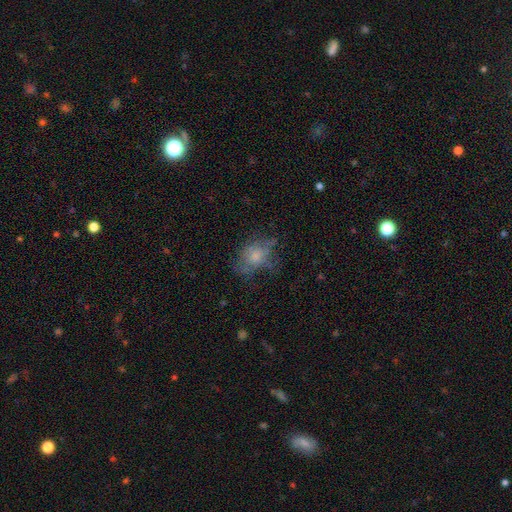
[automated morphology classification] smooth-or-featured: smooth: 58% | featured or disk: 30% | star or artifact: 12%
  how-rounded: in between: 67% | round: 31% | cigar-shaped: 2%
  merging: none: 49% | minor disturbance: 26% | major disturbance: 22% | merger: 2%